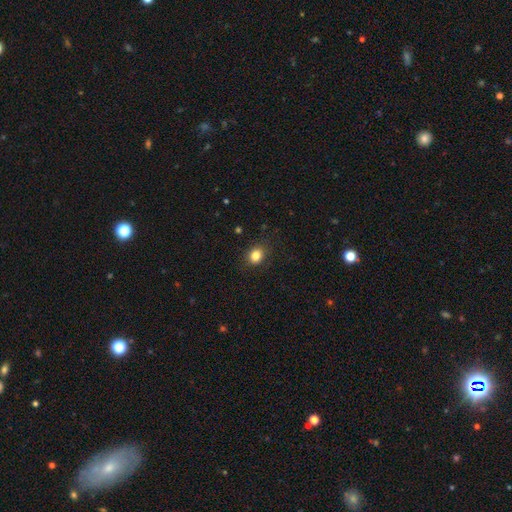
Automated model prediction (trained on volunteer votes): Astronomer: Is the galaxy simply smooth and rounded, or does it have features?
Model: smooth — 84%.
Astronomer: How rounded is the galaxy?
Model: round — 65%.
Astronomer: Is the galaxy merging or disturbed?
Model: none — 87%.